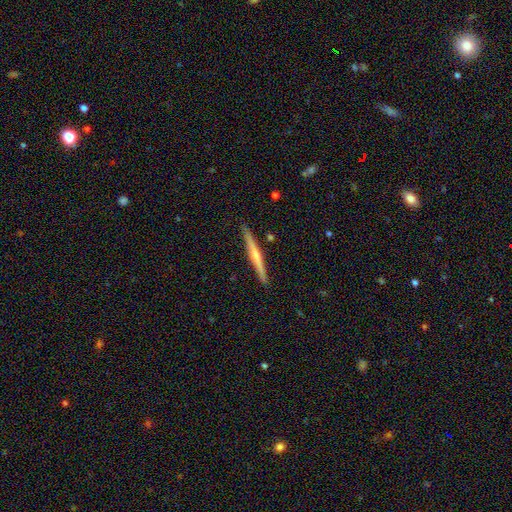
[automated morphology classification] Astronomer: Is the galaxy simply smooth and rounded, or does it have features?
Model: featured or disk — 65%.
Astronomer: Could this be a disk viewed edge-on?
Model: yes — 98%.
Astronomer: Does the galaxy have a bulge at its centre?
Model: rounded — 62%.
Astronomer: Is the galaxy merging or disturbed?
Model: none — 91%.